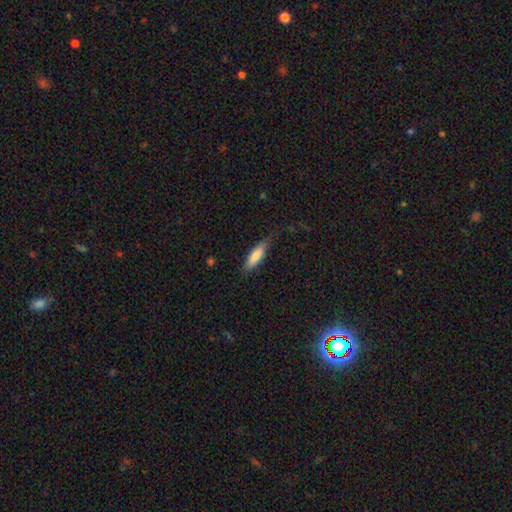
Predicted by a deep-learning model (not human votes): This is likely a smooth galaxy (77%). How rounded: possibly cigar-shaped (59%). Merging: likely none (75%).